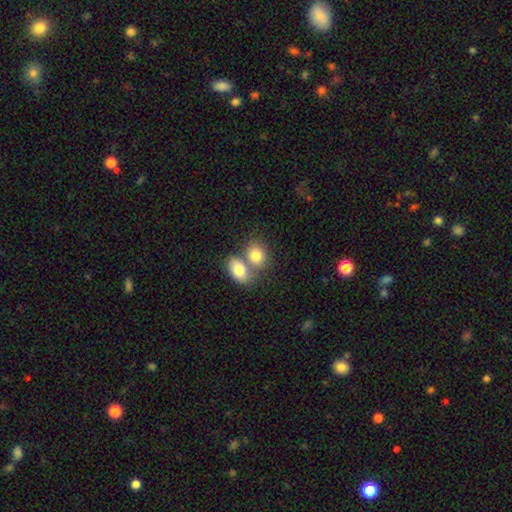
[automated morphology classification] Smooth or featured? Predicted: smooth (p=0.81). How rounded? Predicted: in between (p=0.52). Merging? Predicted: merger (p=0.54).